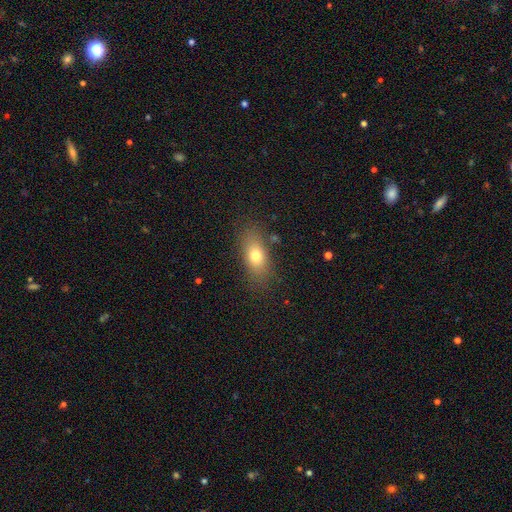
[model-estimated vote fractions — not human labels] Smooth or featured?
  - smooth: 74% *
  - featured or disk: 15%
  - star or artifact: 10%
How rounded?
  - in between: 78% *
  - round: 11%
  - cigar-shaped: 10%
Merging?
  - none: 81% *
  - minor disturbance: 13%
  - major disturbance: 5%
  - merger: 2%